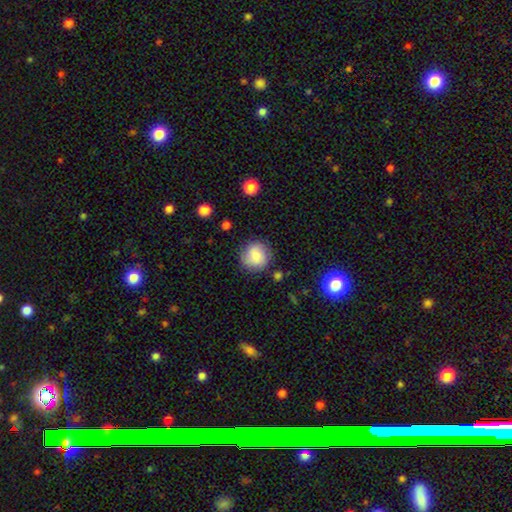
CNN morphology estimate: smooth 79%, featured or disk 13%, star or artifact 8%. Down the decision tree: how rounded — round (92%); merging — none (81%).